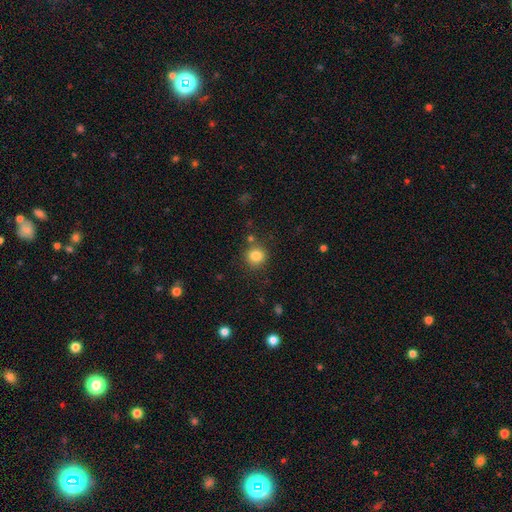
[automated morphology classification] A smooth galaxy with no disk features (84%) that is round (89%). Merging: none (81%).